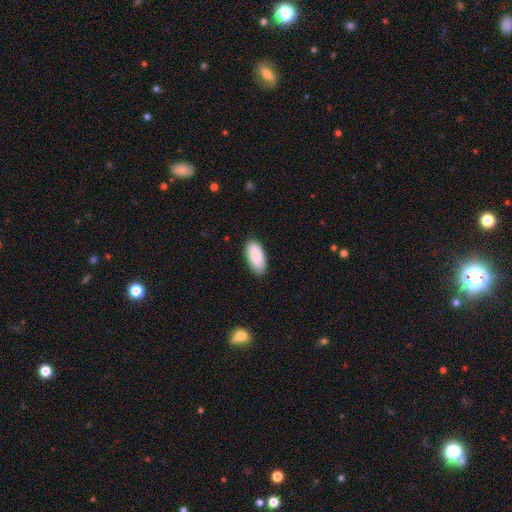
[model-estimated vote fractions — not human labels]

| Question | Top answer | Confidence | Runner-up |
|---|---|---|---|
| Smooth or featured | smooth | 90% | star or artifact (6%) |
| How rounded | in between | 91% | cigar-shaped (7%) |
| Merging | none | 84% | minor disturbance (13%) |